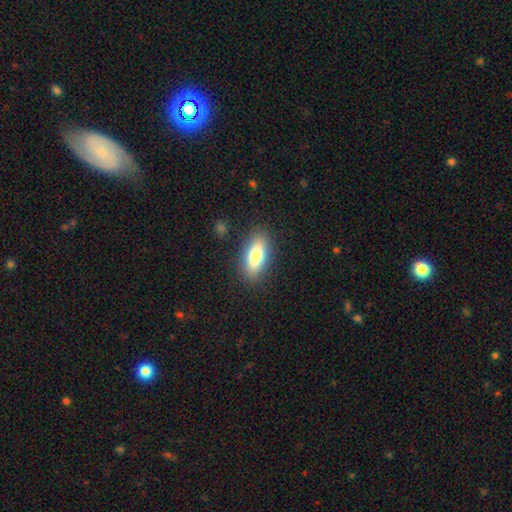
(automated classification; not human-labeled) Smooth or featured: smooth — 74% (featured or disk — 19%)
How rounded: in between — 76% (cigar-shaped — 21%)
Merging: none — 87% (minor disturbance — 9%)